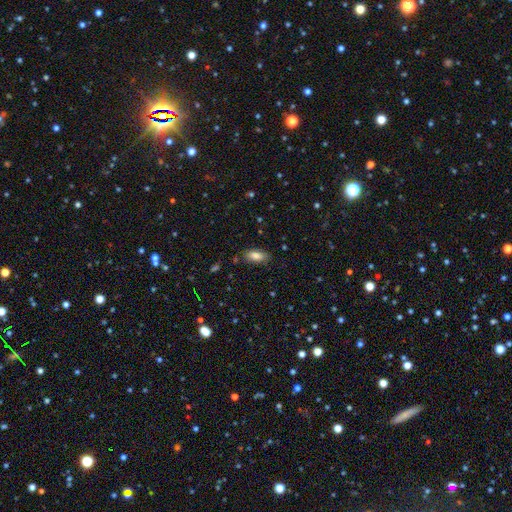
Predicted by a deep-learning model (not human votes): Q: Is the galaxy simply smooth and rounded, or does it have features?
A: smooth — 84%.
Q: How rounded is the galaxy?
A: in between — 86%.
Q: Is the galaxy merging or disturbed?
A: none — 83%.